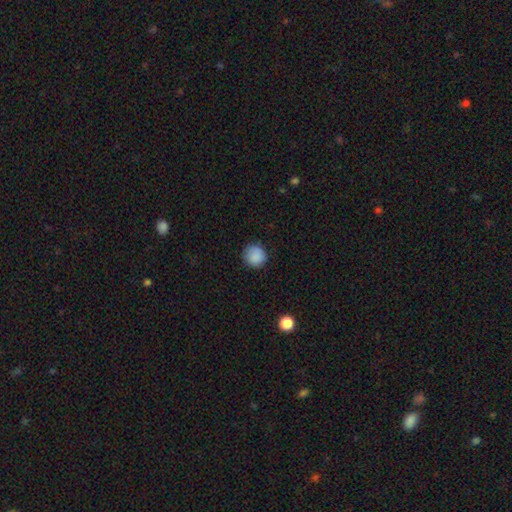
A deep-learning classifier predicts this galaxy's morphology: A smooth galaxy with no disk features (88%) that is round (93%).

Vote fractions:
- Smooth or featured? smooth: 88% / star or artifact: 9% / featured or disk: 3%
- How rounded? round: 93% / in between: 6% / cigar-shaped: 1%
- Merging? none: 87% / minor disturbance: 10% / major disturbance: 2% / merger: 1%